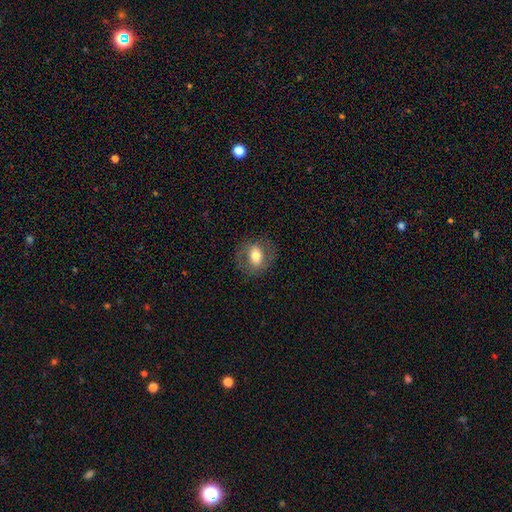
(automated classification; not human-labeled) Smooth or featured: smooth — 58% (featured or disk — 34%)
How rounded: in between — 50% (round — 49%)
Merging: none — 79% (minor disturbance — 13%)